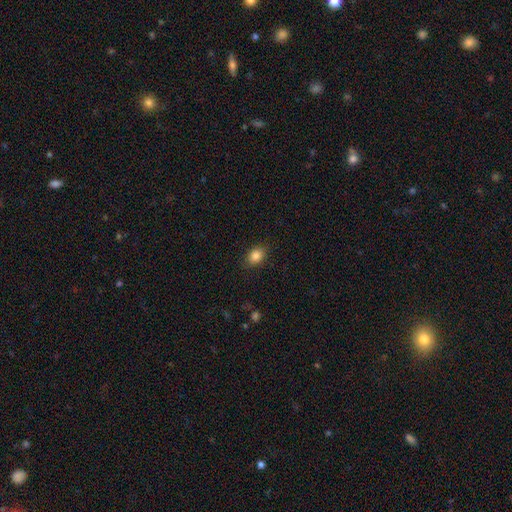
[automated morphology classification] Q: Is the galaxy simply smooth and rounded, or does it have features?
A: smooth — 85%.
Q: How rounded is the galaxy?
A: in between — 70%.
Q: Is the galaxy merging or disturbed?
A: none — 85%.